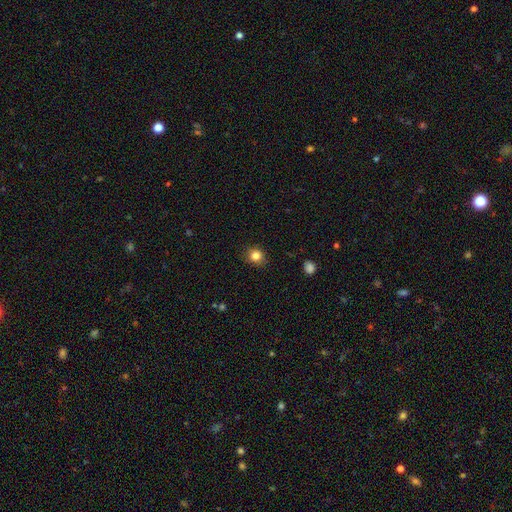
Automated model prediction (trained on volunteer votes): Overall: smooth (84%). How rounded: round (79%). Merging: none (87%).